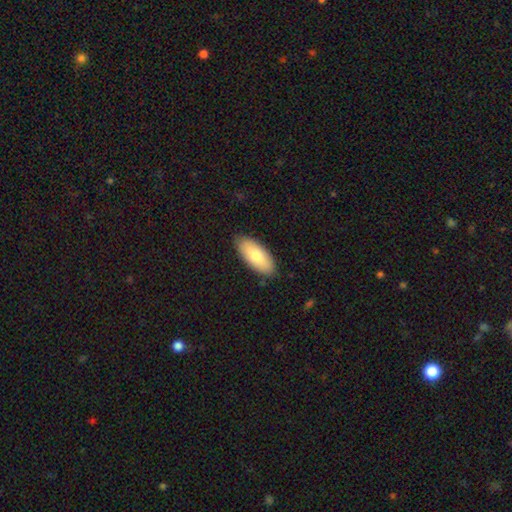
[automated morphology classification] This is likely a smooth galaxy (77%). How rounded: clearly in between (88%). Merging: clearly none (87%).